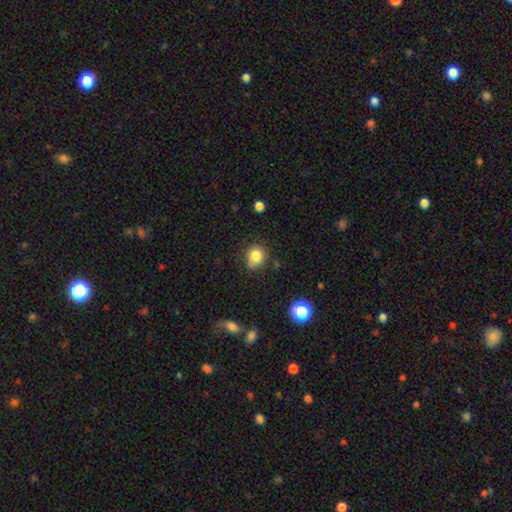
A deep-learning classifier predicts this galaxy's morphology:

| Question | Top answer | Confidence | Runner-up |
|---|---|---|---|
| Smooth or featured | smooth | 82% | star or artifact (11%) |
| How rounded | round | 72% | in between (27%) |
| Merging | none | 66% | minor disturbance (24%) |